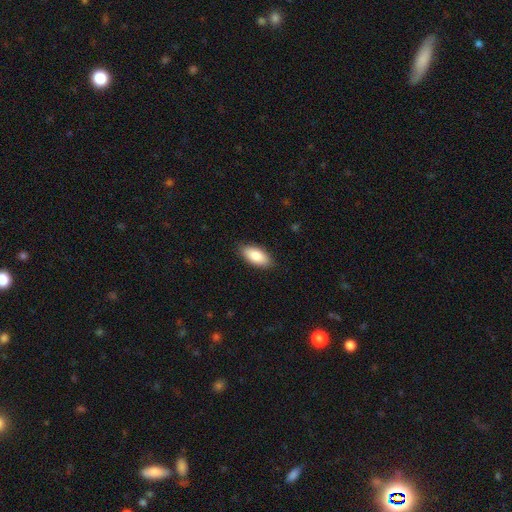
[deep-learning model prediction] This appears to be a smooth galaxy with no disk features (86%) that is in between round and cigar-shaped (90%). Merging: none (87%).